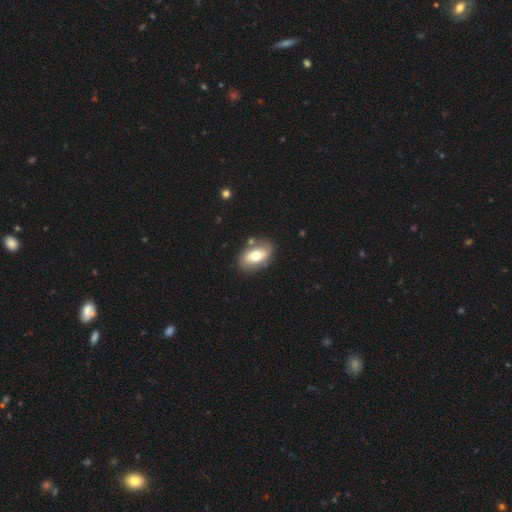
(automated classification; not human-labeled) Smooth or featured: smooth — 66% (featured or disk — 28%)
How rounded: in between — 90% (round — 8%)
Merging: none — 76% (minor disturbance — 14%)